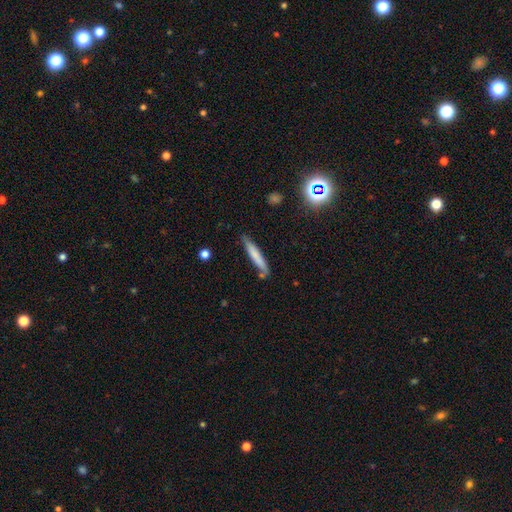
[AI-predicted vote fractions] Smooth or featured? smooth (69%)
How rounded? cigar-shaped (93%)
Merging? none (77%)